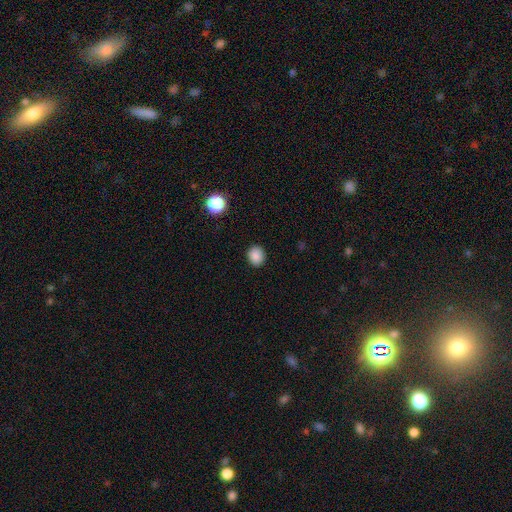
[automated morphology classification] Smooth or featured? smooth (86%)
How rounded? round (75%)
Merging? none (89%)